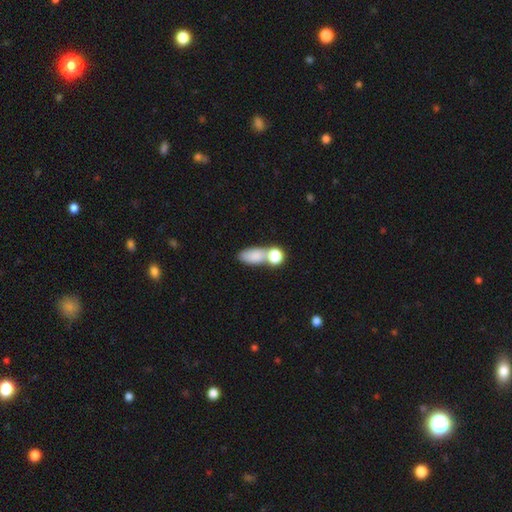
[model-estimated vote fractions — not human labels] A smooth galaxy with no disk features (80%) that is in between round and cigar-shaped (77%). Merging: merger (47%).